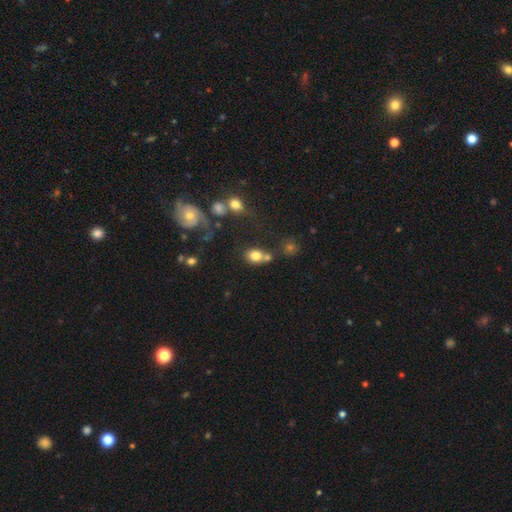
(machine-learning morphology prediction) type=smooth (76%); roundness=round (53%); merging=none (48%).